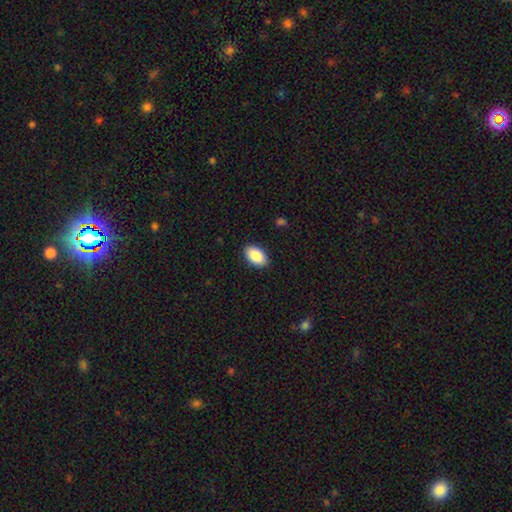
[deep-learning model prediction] Morphology: type=smooth (89%); roundness=in between (93%); merging=none (89%).